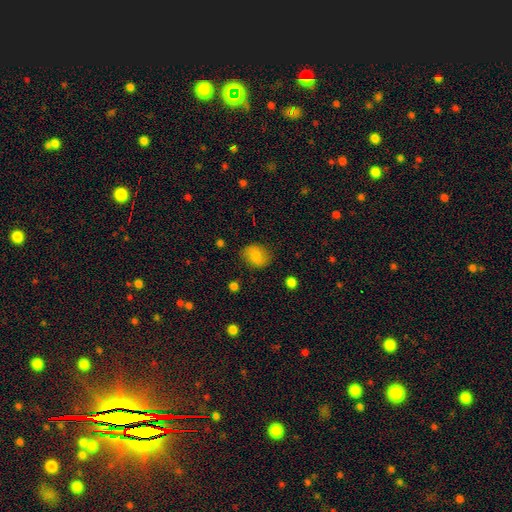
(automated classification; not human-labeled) This appears to be a smooth galaxy with no disk features (81%) that is in between round and cigar-shaped (50%). Merging: none (80%).